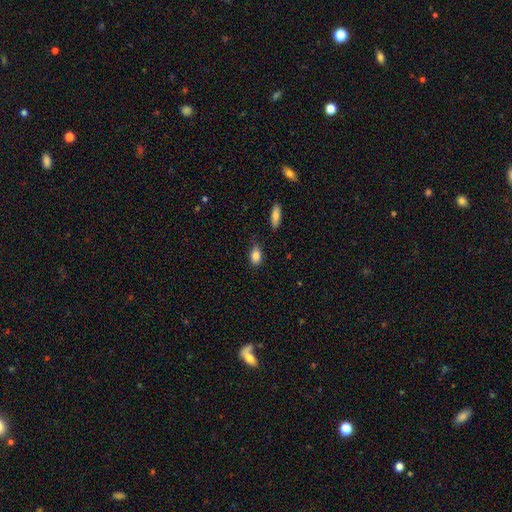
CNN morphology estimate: Smooth or featured: smooth — 86% (star or artifact — 8%)
How rounded: in between — 83% (round — 14%)
Merging: none — 78% (minor disturbance — 17%)